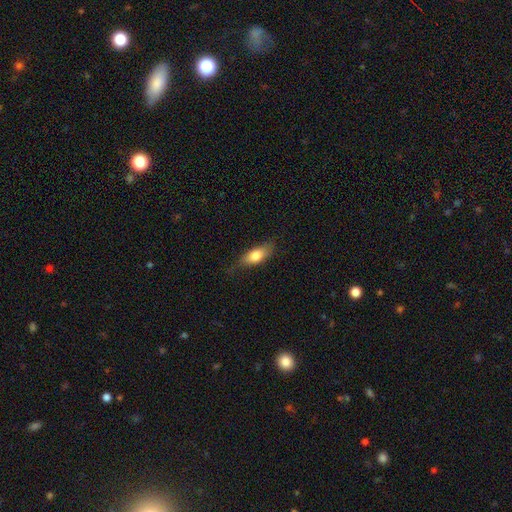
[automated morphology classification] This appears to be a smooth galaxy with no disk features (74%) that is in between round and cigar-shaped (75%). Merging: none (69%).